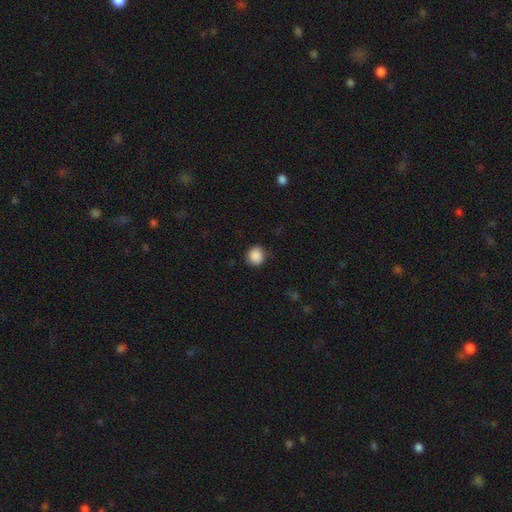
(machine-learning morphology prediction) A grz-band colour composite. It shows a smooth galaxy with no disk features (88%) that is round (91%). Merging: none (86%).